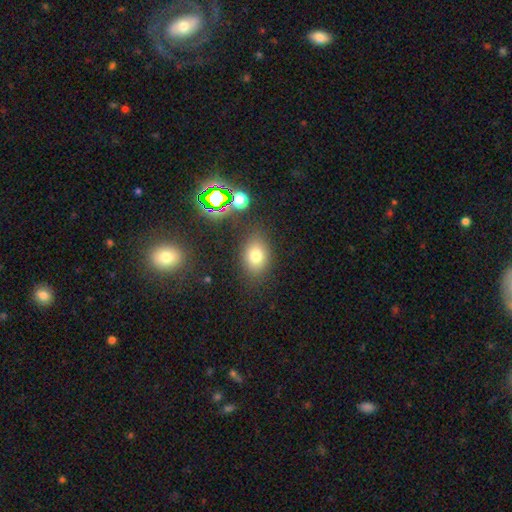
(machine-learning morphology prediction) Overall: smooth (75%). How rounded: in between (68%; round 31%). Merging: none (78%).